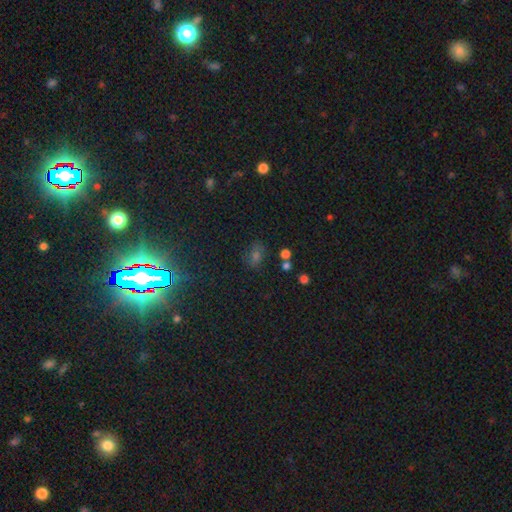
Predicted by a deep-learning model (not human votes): A star or artifact, not a galaxy (50%).